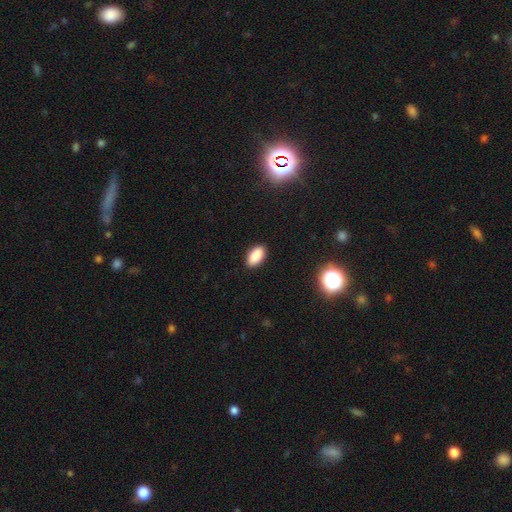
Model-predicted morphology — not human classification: Q: Smooth or featured?
A: smooth (88%); runner-up: star or artifact (8%)
Q: How rounded?
A: in between (93%); runner-up: round (3%)
Q: Merging?
A: none (89%); runner-up: minor disturbance (8%)